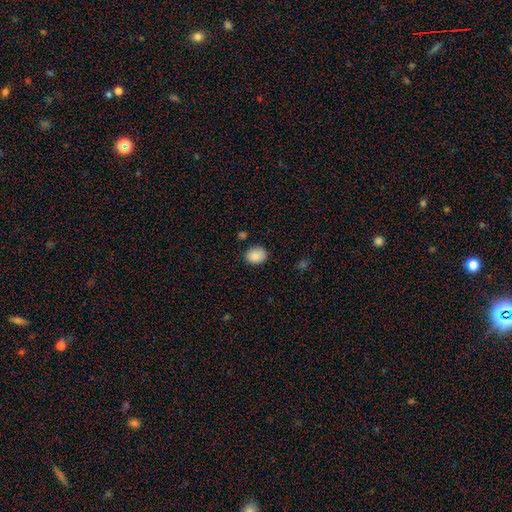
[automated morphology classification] A smooth galaxy with no disk features (88%) that is in between round and cigar-shaped (50%).

Vote fractions:
- Smooth or featured? smooth: 88% / star or artifact: 8% / featured or disk: 4%
- How rounded? in between: 50% / round: 49% / cigar-shaped: 1%
- Merging? none: 81% / minor disturbance: 13% / major disturbance: 3% / merger: 3%